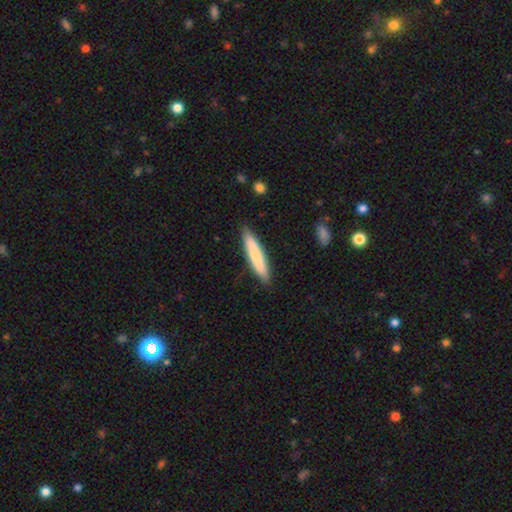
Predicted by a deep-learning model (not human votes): Q: Smooth or featured?
A: smooth (73%); runner-up: featured or disk (21%)
Q: How rounded?
A: cigar-shaped (89%); runner-up: in between (9%)
Q: Merging?
A: none (87%); runner-up: minor disturbance (10%)